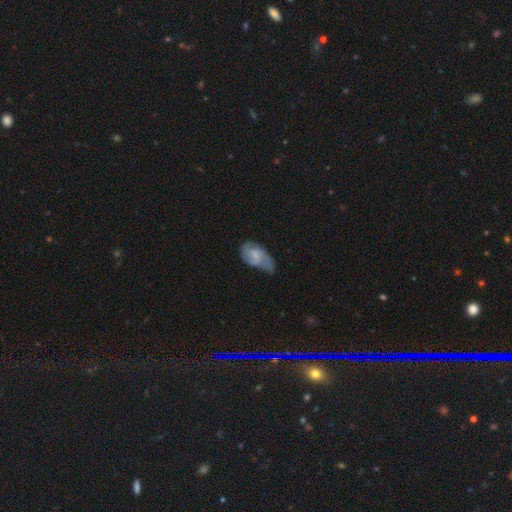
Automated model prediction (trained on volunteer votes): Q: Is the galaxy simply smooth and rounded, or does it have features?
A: featured or disk — 48%.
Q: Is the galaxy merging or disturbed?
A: minor disturbance — 40%.